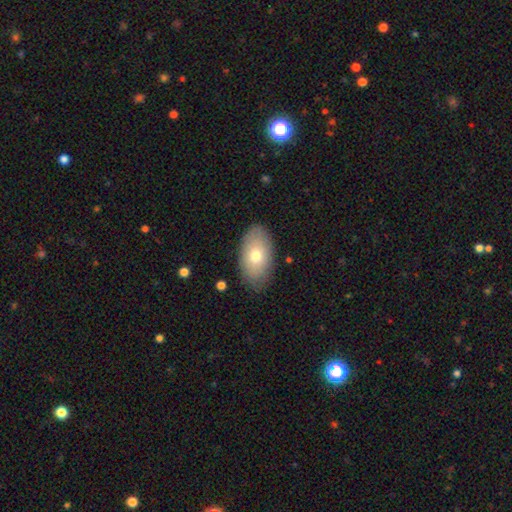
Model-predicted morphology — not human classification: Overall: smooth (72%). How rounded: in between (92%). Merging: none (84%).